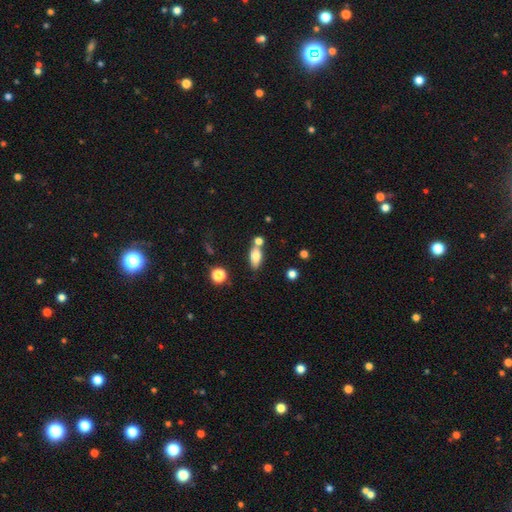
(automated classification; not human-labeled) A smooth galaxy with no disk features (73%) that is in between round and cigar-shaped (80%). Merging: none (59%).